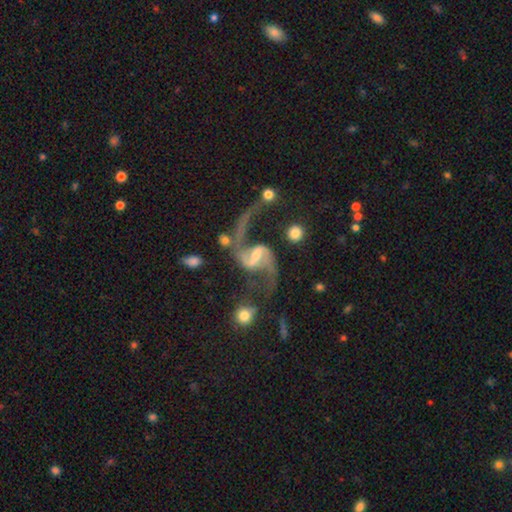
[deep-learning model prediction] Smooth or featured? featured or disk (91%)
Edge-on disk? no (97%)
Bar? strong (47%)
Spiral arms? yes (97%)
Spiral winding? loose (78%)
Spiral arm count? 2 (94%)
Bulge size? small (46%)
Merging? none (49%)